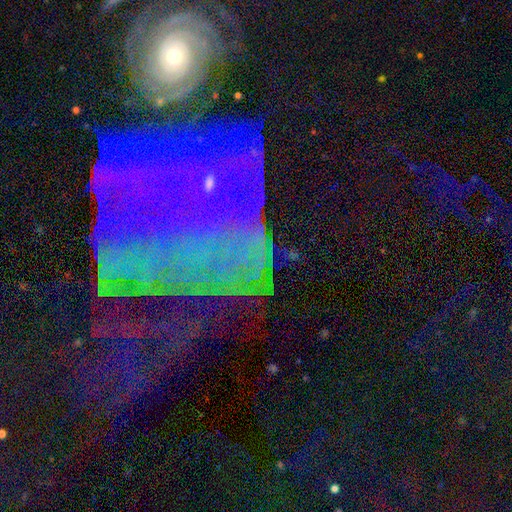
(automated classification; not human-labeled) Morphology: type=star or artifact (66%).